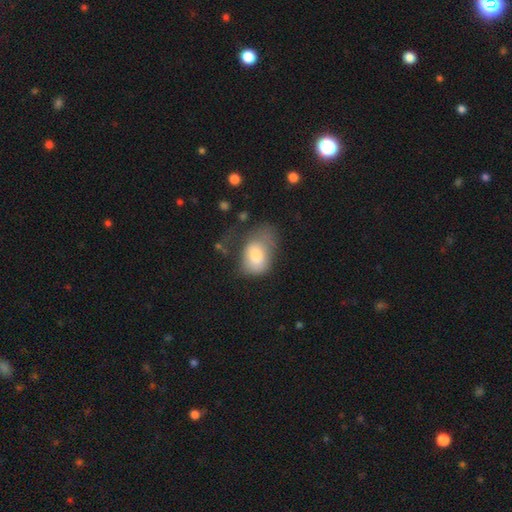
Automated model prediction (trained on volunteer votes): smooth-or-featured: smooth: 74% | featured or disk: 18% | star or artifact: 8%
  how-rounded: in between: 79% | round: 20% | cigar-shaped: 1%
  merging: major disturbance: 42% | minor disturbance: 30% | none: 24% | merger: 4%